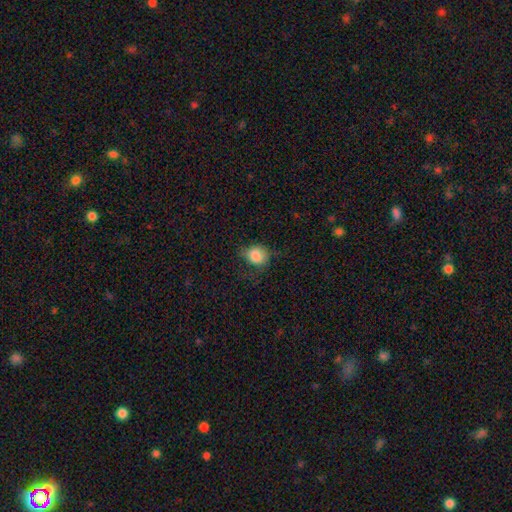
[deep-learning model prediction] smooth 82%, featured or disk 9%, star or artifact 9%. Down the decision tree: how rounded — round (68%); merging — none (54%).